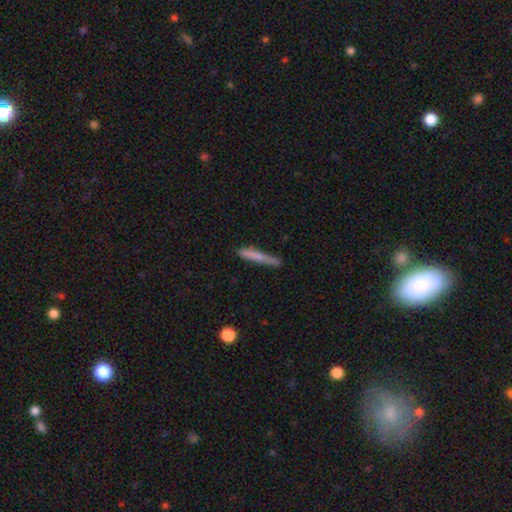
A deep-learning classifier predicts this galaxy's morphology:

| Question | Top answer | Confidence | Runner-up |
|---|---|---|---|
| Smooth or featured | smooth | 70% | featured or disk (24%) |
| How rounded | cigar-shaped | 94% | in between (4%) |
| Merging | none | 76% | minor disturbance (18%) |